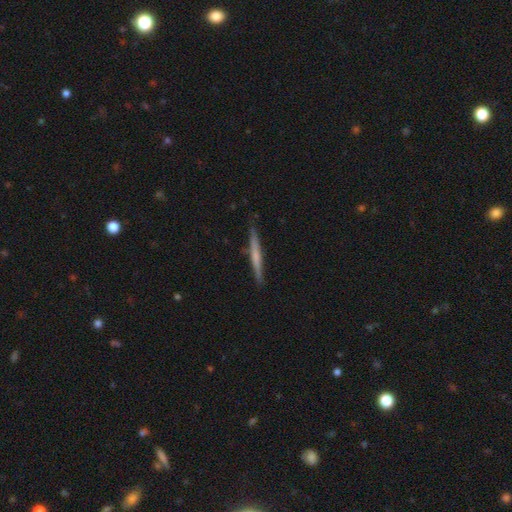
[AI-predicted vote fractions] This appears to be a featured or disk galaxy (47%, tied with smooth). Merging: none (89%).